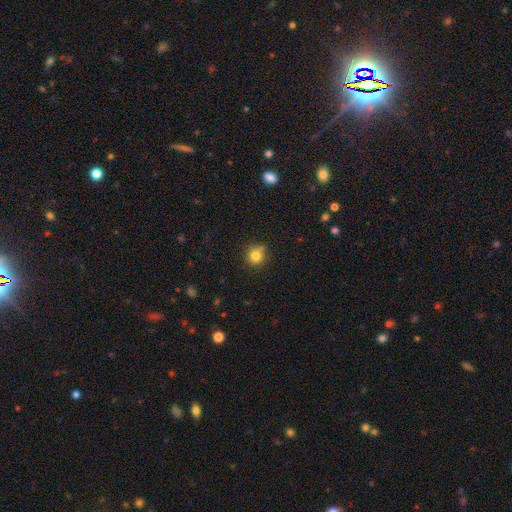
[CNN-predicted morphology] This is clearly a smooth galaxy (81%). How rounded: clearly round (90%). Merging: likely none (75%).